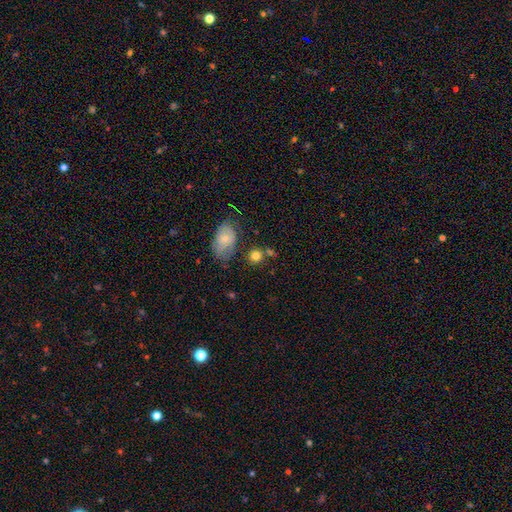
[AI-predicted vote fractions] smooth_or_featured: smooth (p=0.80) [alt: star or artifact p=0.10]
how_rounded: round (p=0.82) [alt: in between p=0.17]
merging: none (p=0.67) [alt: merger p=0.15]